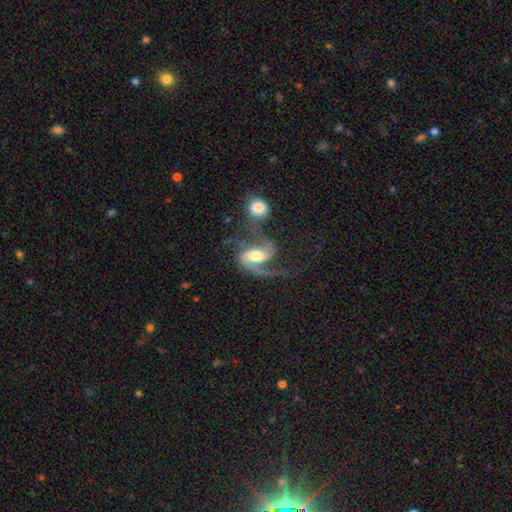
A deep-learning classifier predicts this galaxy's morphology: smooth-or-featured: featured or disk: 88% | smooth: 7% | star or artifact: 5%
  disk-edge-on: no: 97% | yes: 3%
    bar: weak: 42% | strong: 36% | no: 22%
    has-spiral-arms: yes: 97% | no: 3%
      spiral-winding: medium: 46% | loose: 43% | tight: 11%
      spiral-arm-count: 2: 79% | 1: 15% | can't tell: 3% | 3: 2% | 4: 1% | more than 4: 1%
    bulge-size: moderate: 59% | large: 25% | small: 11% | dominant: 2% | none: 2%
  merging: merger: 36% | none: 30% | major disturbance: 23% | minor disturbance: 12%